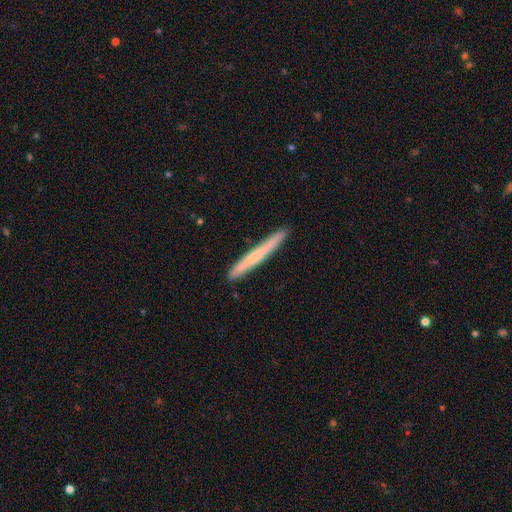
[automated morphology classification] smooth_or_featured: smooth (p=0.58) [alt: featured or disk p=0.36]
how_rounded: cigar-shaped (p=0.97) [alt: in between p=0.02]
merging: none (p=0.91) [alt: minor disturbance p=0.07]